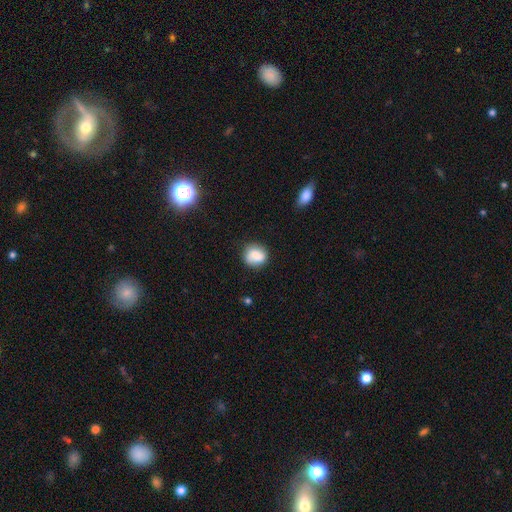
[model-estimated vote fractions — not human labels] Smooth or featured: smooth — 81% (featured or disk — 11%)
How rounded: round — 81% (in between — 18%)
Merging: none — 81% (minor disturbance — 14%)